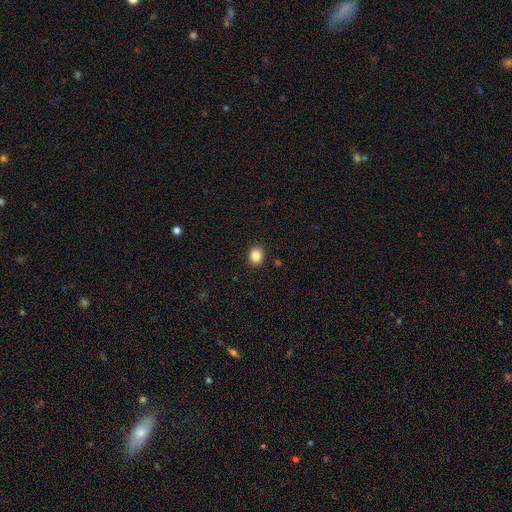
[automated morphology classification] smooth-or-featured: smooth: 85% | star or artifact: 11% | featured or disk: 4%
  how-rounded: round: 72% | in between: 27% | cigar-shaped: 1%
  merging: none: 91% | minor disturbance: 6% | major disturbance: 2% | merger: 1%